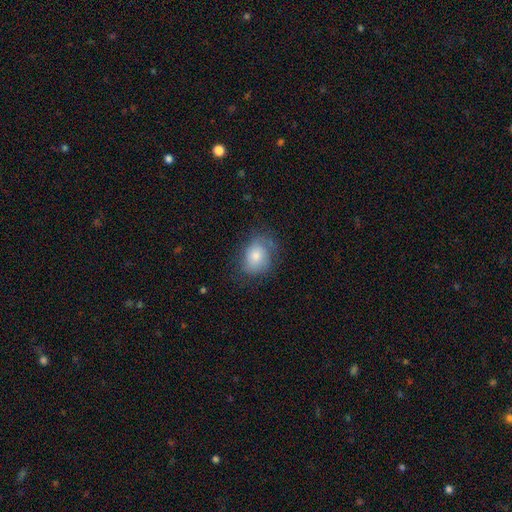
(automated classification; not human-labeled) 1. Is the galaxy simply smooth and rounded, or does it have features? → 66% smooth, 25% featured or disk, 9% star or artifact.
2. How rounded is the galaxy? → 59% in between, 40% round, 1% cigar-shaped.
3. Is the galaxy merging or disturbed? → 62% none, 25% minor disturbance, 11% major disturbance, 1% merger.